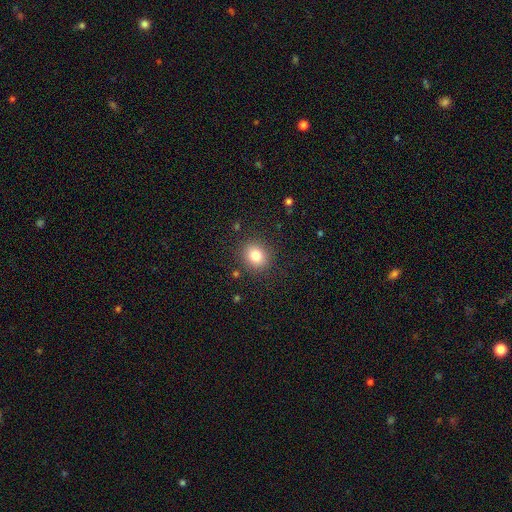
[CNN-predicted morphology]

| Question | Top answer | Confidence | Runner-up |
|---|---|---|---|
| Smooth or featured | smooth | 83% | star or artifact (10%) |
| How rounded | round | 69% | in between (30%) |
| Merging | none | 88% | minor disturbance (8%) |